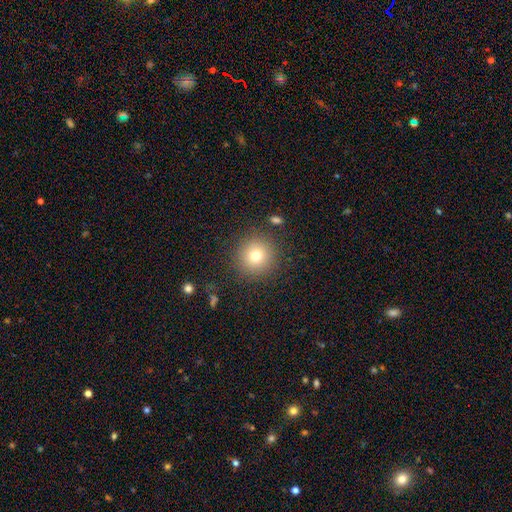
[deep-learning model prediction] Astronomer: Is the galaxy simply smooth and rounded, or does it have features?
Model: smooth — 76%.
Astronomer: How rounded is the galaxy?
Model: round — 95%.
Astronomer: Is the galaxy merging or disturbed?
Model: none — 88%.